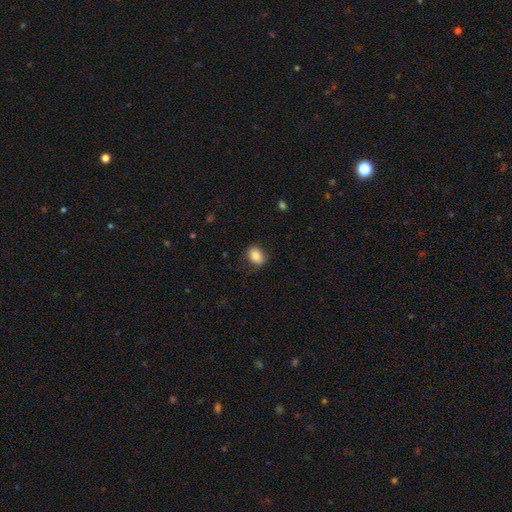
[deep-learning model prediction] Morphology: type=smooth (83%); roundness=in between (59%); merging=none (81%).